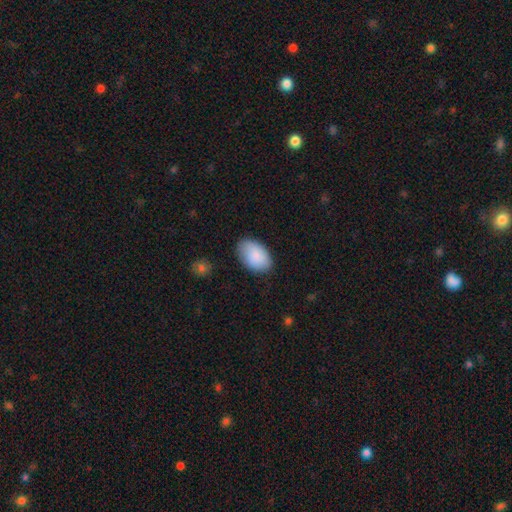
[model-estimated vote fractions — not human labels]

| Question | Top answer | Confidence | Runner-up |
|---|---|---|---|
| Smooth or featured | smooth | 88% | featured or disk (7%) |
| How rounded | in between | 92% | round (7%) |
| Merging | none | 80% | minor disturbance (15%) |